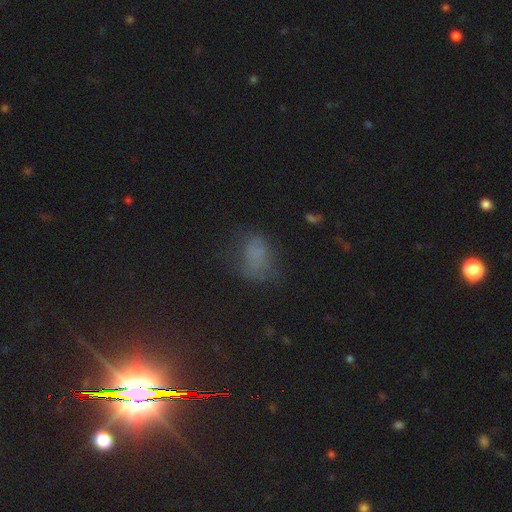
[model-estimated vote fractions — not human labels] Smooth or featured? smooth (60%)
How rounded? in between (81%)
Merging? none (46%)